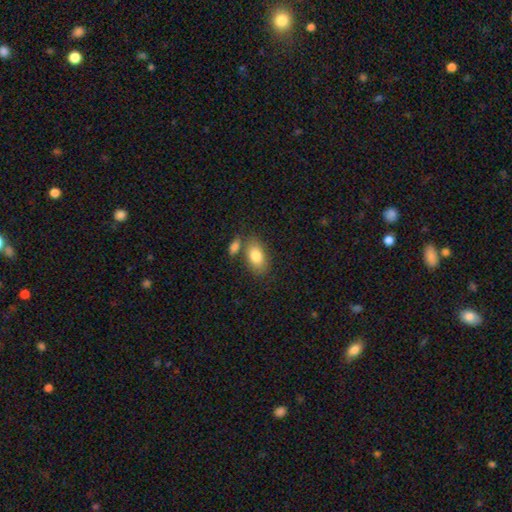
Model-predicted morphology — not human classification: This is clearly a smooth galaxy (82%). How rounded: clearly in between (92%). Merging: likely none (63%).